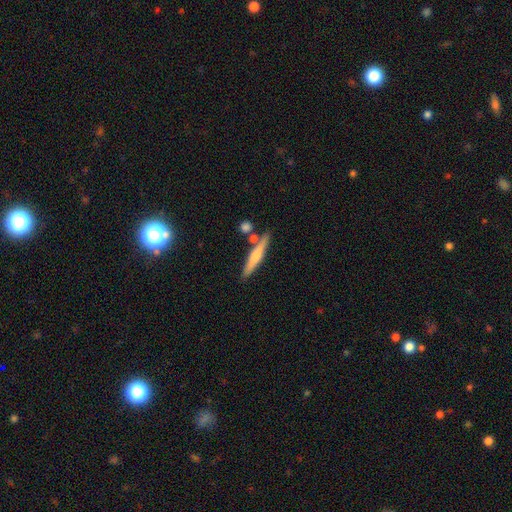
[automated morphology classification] The model was most divided on "smooth or featured": smooth: 51%, featured or disk: 44%, star or artifact: 6%. More confident: how rounded — cigar-shaped (89%); merging — none (77%).